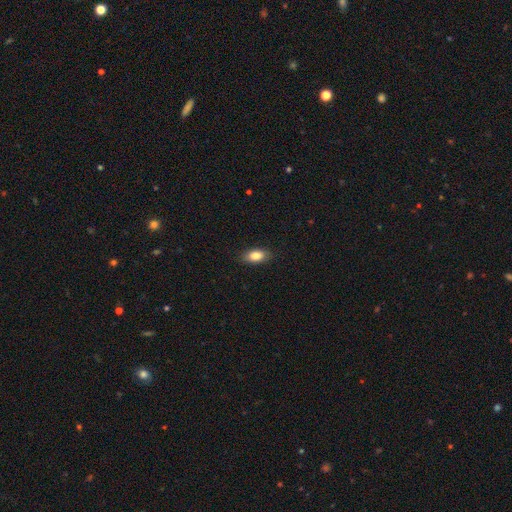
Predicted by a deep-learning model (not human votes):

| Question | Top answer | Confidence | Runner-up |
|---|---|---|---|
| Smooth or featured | smooth | 85% | featured or disk (8%) |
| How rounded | in between | 89% | round (6%) |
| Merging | none | 86% | minor disturbance (11%) |